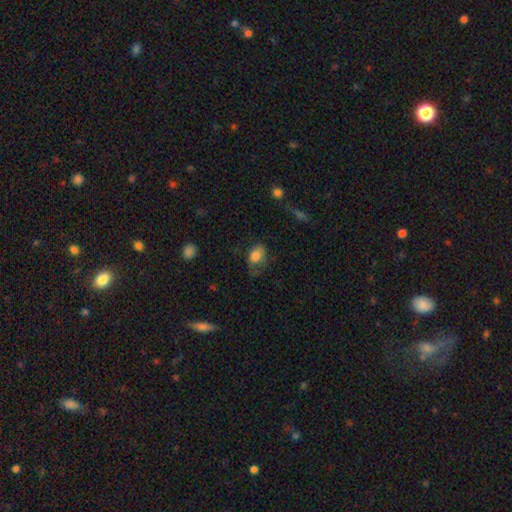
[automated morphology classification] A smooth galaxy with no disk features (80%) that is in between round and cigar-shaped (78%).

Vote fractions:
- Smooth or featured? smooth: 80% / featured or disk: 11% / star or artifact: 9%
- How rounded? in between: 78% / round: 21% / cigar-shaped: 2%
- Merging? none: 47% / minor disturbance: 32% / major disturbance: 19% / merger: 2%